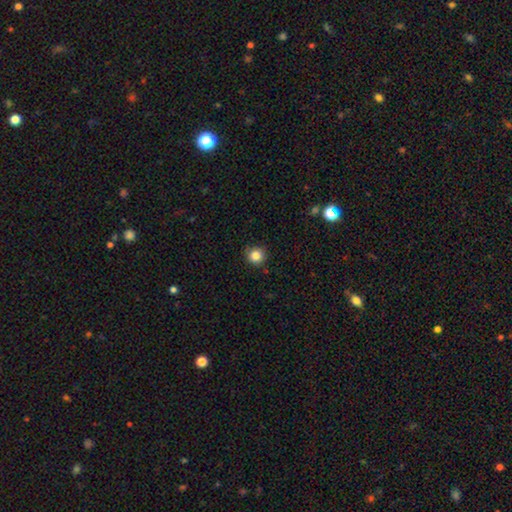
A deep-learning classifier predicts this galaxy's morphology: smooth 84%, star or artifact 11%, featured or disk 5%. Down the decision tree: how rounded — round (93%); merging — none (87%).